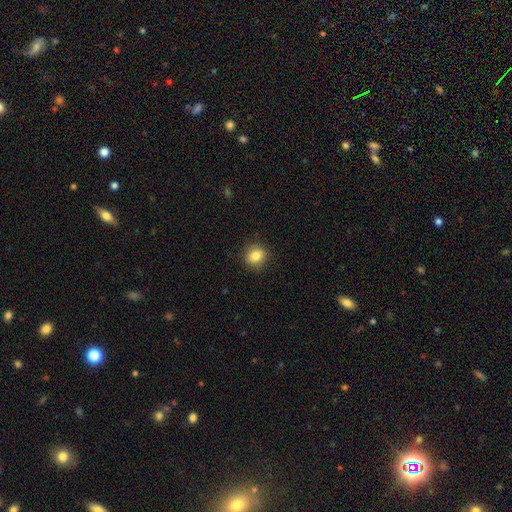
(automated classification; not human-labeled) A smooth galaxy with no disk features (82%) that is round (84%). Merging: none (89%).